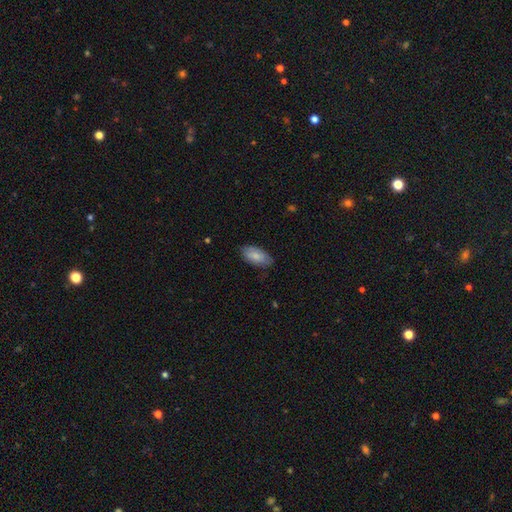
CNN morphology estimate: A smooth galaxy with no disk features (79%) that is in between round and cigar-shaped (93%).

Vote fractions:
- Smooth or featured? smooth: 79% / featured or disk: 15% / star or artifact: 6%
- How rounded? in between: 93% / cigar-shaped: 4% / round: 2%
- Merging? none: 77% / minor disturbance: 19% / major disturbance: 3% / merger: 1%